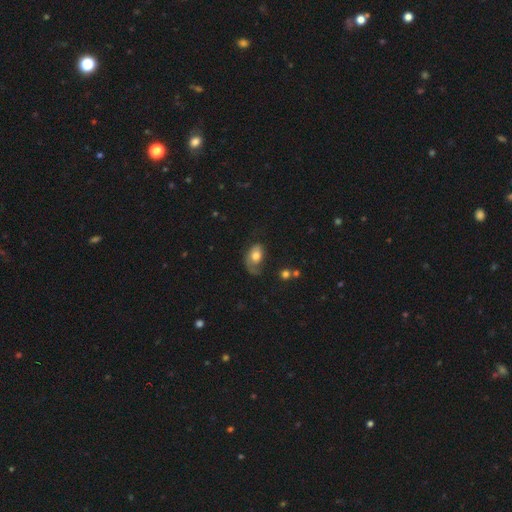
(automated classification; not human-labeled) This appears to be a smooth galaxy with no disk features (60%) that is in between round and cigar-shaped (84%). Merging: none (37%).